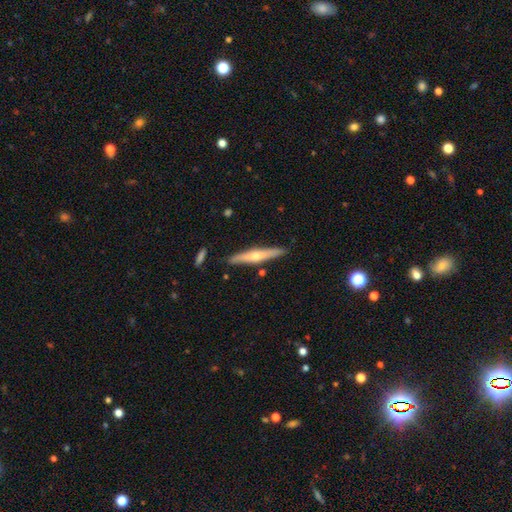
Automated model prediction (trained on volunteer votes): Smooth or featured? Predicted: featured or disk (p=0.55). Edge-on disk? Predicted: yes (p=0.94). Edge-on bulge? Predicted: rounded (p=0.84). Merging? Predicted: none (p=0.86).